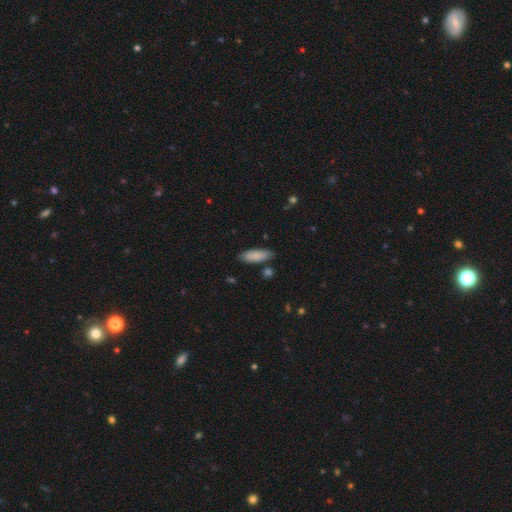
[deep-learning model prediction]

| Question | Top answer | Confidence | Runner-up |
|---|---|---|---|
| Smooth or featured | smooth | 87% | featured or disk (7%) |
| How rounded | in between | 67% | cigar-shaped (32%) |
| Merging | none | 82% | minor disturbance (12%) |